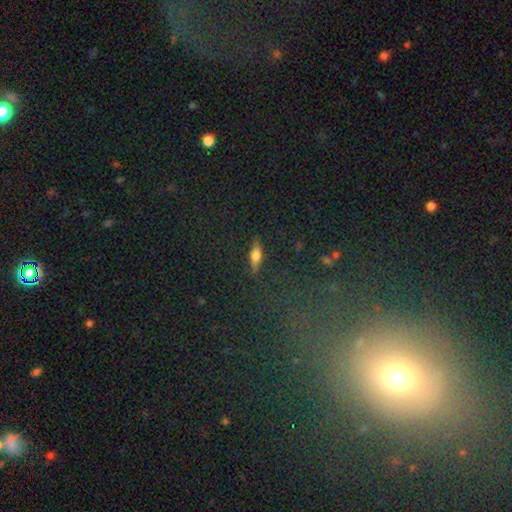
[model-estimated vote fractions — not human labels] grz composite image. It shows a smooth galaxy with no disk features (55%) that is cigar-shaped (57%). Merging: none (88%).